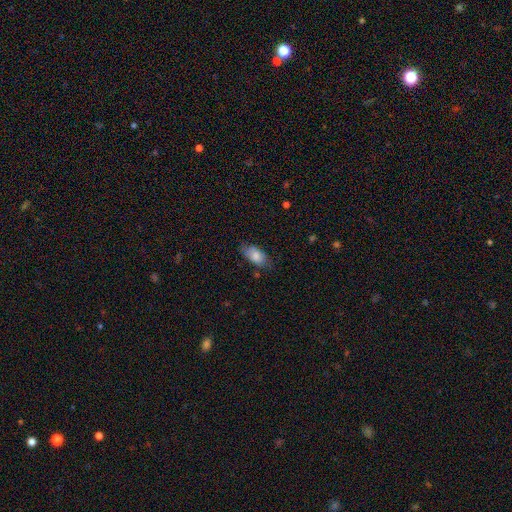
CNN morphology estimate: Smooth or featured? smooth (80%)
How rounded? in between (91%)
Merging? none (69%)